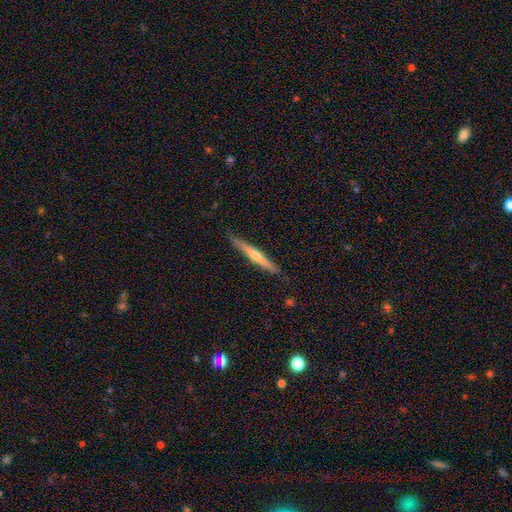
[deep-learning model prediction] Smooth or featured? Predicted: featured or disk (p=0.57). Edge-on disk? Predicted: yes (p=0.97). Edge-on bulge? Predicted: rounded (p=0.61). Merging? Predicted: none (p=0.86).